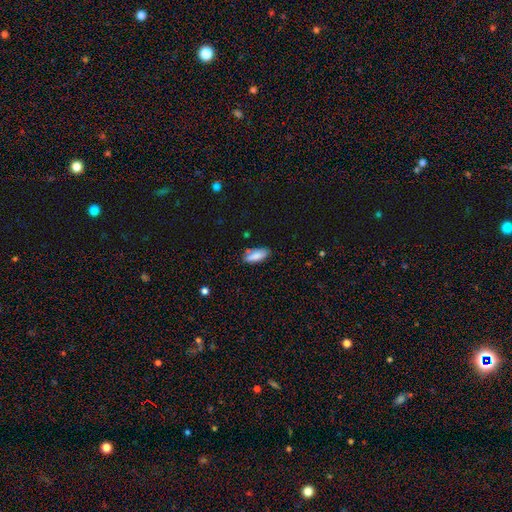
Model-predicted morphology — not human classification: Smooth or featured? Predicted: smooth (p=0.84). How rounded? Predicted: in between (p=0.80). Merging? Predicted: none (p=0.73).